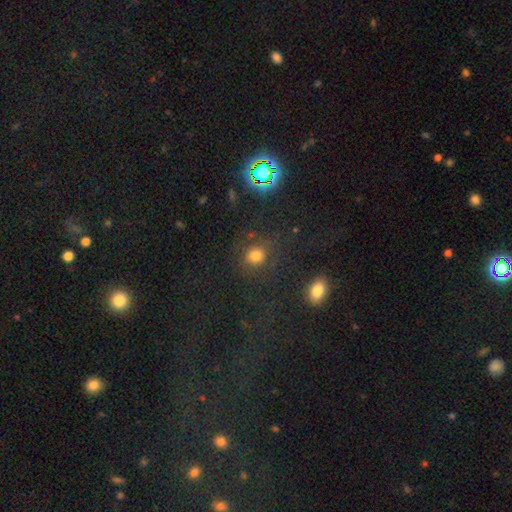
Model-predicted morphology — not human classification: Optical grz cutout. It shows a smooth galaxy with no disk features (69%) that is round (82%). Merging: none (76%).